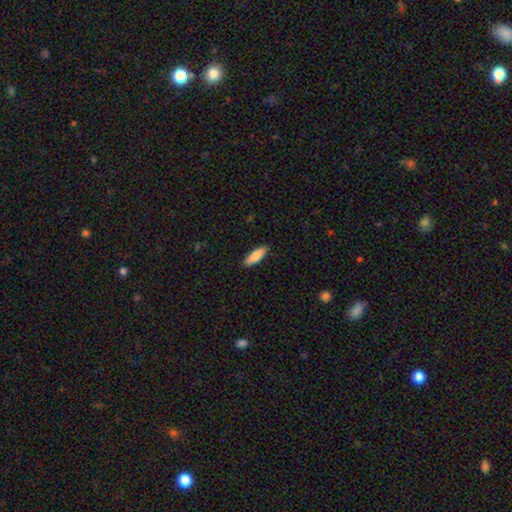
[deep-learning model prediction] Smooth or featured: smooth — 83% (featured or disk — 11%)
How rounded: in between — 52% (cigar-shaped — 47%)
Merging: none — 89% (minor disturbance — 8%)